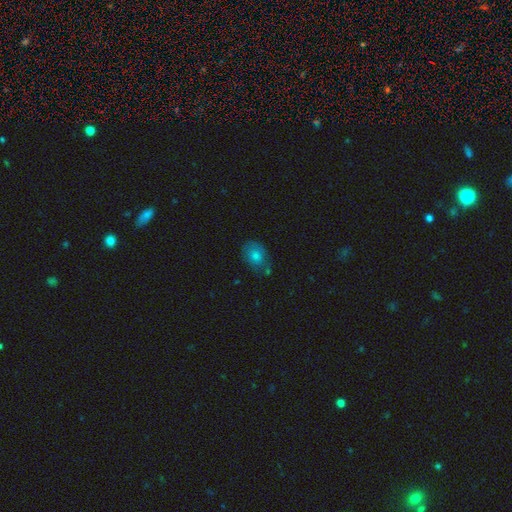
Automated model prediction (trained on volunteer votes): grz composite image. It shows a smooth galaxy with no disk features (70%) that is in between round and cigar-shaped (65%). Merging: none (63%).